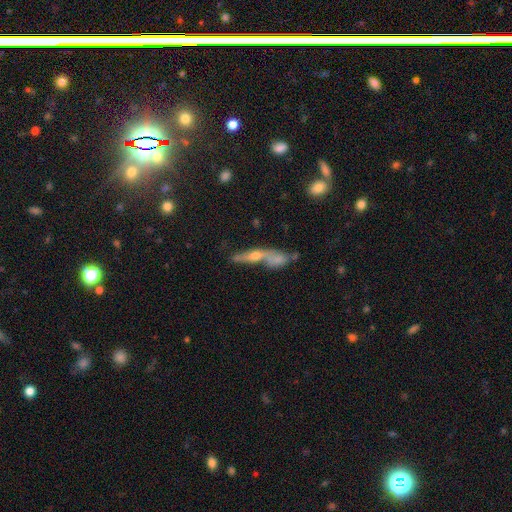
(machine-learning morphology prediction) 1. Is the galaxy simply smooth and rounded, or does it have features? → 49% featured or disk, 33% smooth, 17% star or artifact.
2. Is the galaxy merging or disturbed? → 38% merger, 34% none, 14% minor disturbance, 13% major disturbance.